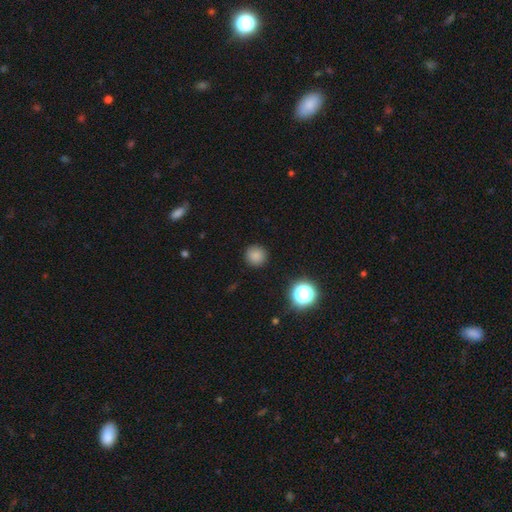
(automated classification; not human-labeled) Overall: smooth (82%). How rounded: round (94%). Merging: none (91%).